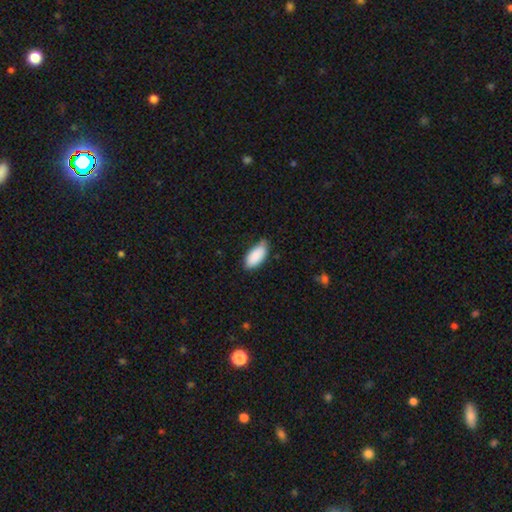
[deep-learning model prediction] Smooth or featured? Predicted: smooth (p=0.89). How rounded? Predicted: in between (p=0.92). Merging? Predicted: none (p=0.67).